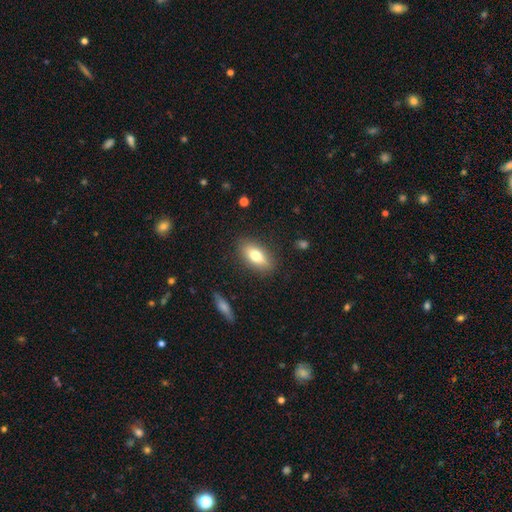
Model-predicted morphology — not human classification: This is likely a smooth galaxy (75%). How rounded: clearly in between (85%). Merging: clearly none (86%).